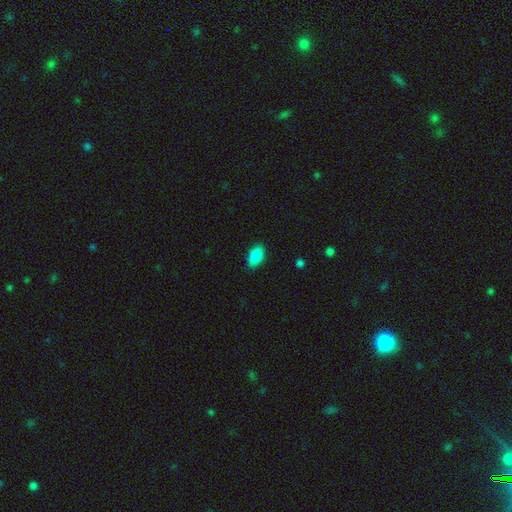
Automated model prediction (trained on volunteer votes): A smooth galaxy with no disk features (88%) that is in between round and cigar-shaped (93%).

Vote fractions:
- Smooth or featured? smooth: 88% / star or artifact: 7% / featured or disk: 5%
- How rounded? in between: 93% / round: 4% / cigar-shaped: 3%
- Merging? none: 88% / minor disturbance: 9% / major disturbance: 2% / merger: 1%